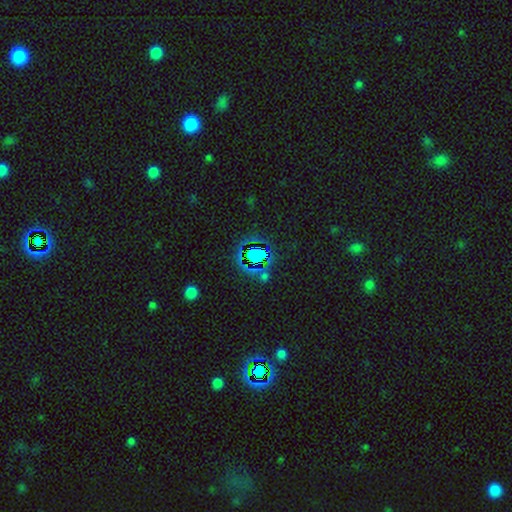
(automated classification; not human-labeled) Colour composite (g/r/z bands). It shows a star or artifact, not a galaxy (67%).